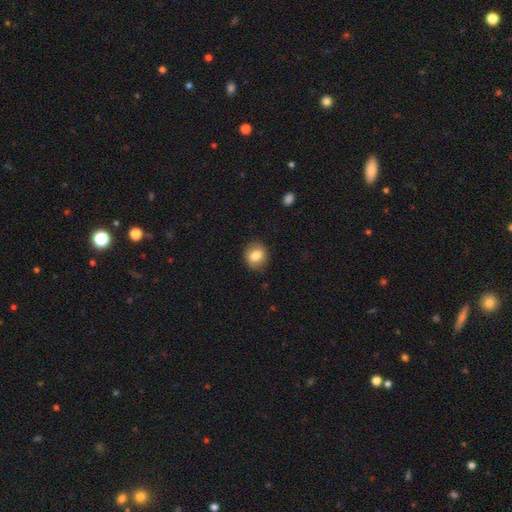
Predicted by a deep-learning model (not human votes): A smooth galaxy with no disk features (81%) that is round (70%).

Vote fractions:
- Smooth or featured? smooth: 81% / featured or disk: 10% / star or artifact: 9%
- How rounded? round: 70% / in between: 29% / cigar-shaped: 1%
- Merging? none: 87% / minor disturbance: 10% / major disturbance: 3% / merger: 1%